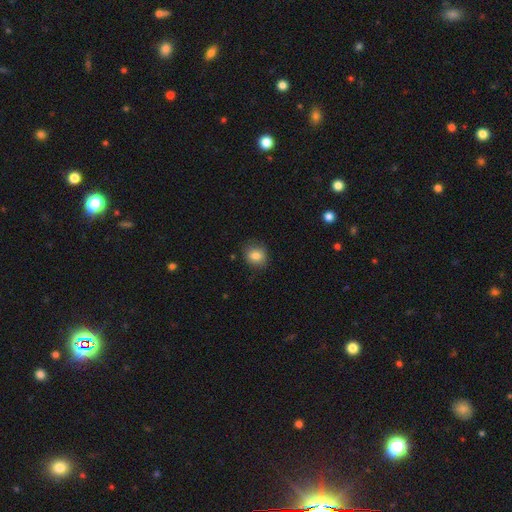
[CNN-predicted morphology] Smooth or featured?
  - smooth: 82% *
  - star or artifact: 10%
  - featured or disk: 8%
How rounded?
  - round: 69% *
  - in between: 30%
  - cigar-shaped: 1%
Merging?
  - none: 81% *
  - minor disturbance: 15%
  - major disturbance: 3%
  - merger: 1%